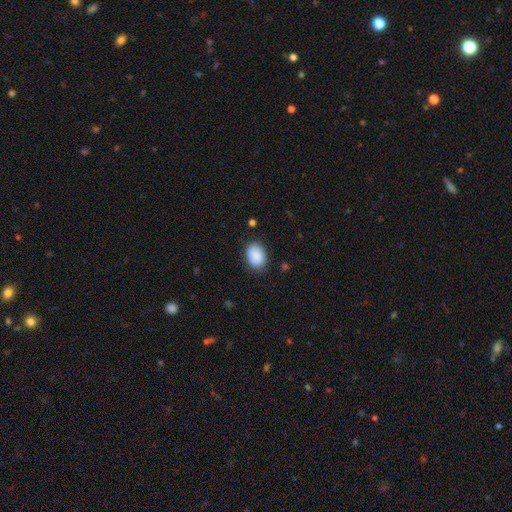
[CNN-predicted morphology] Smooth or featured? smooth (90%)
How rounded? in between (78%)
Merging? none (84%)